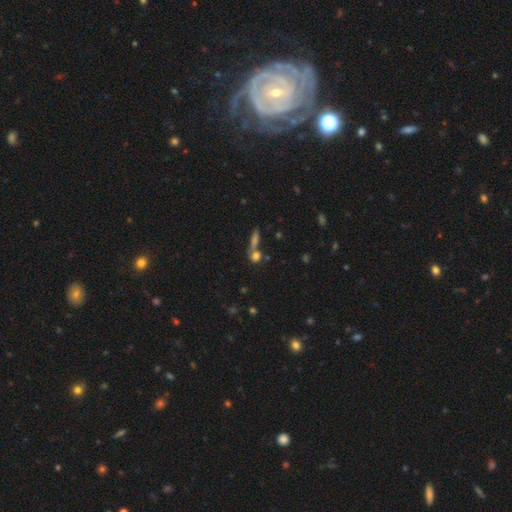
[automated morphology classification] This is likely a smooth galaxy (70%). How rounded: possibly round (59%). Merging: possibly none (49%).